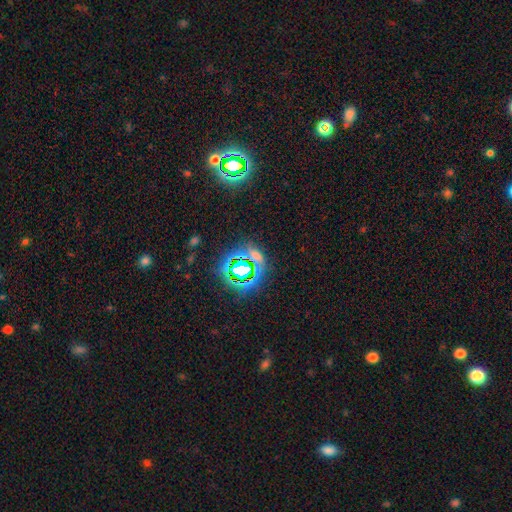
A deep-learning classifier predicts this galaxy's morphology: smooth-or-featured: star or artifact: 62% | smooth: 27% | featured or disk: 11%